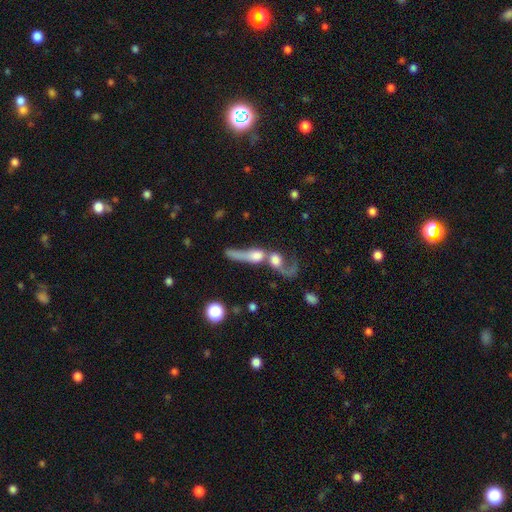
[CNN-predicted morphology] Q: Smooth or featured?
A: smooth (46%); runner-up: featured or disk (43%)
Q: Merging?
A: merger (74%); runner-up: major disturbance (13%)